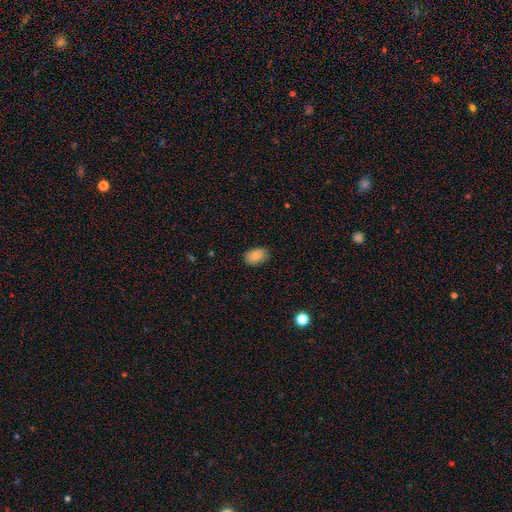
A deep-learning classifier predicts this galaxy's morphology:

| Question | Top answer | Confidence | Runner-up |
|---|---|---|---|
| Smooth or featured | smooth | 84% | star or artifact (8%) |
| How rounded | in between | 82% | round (16%) |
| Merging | none | 82% | minor disturbance (14%) |